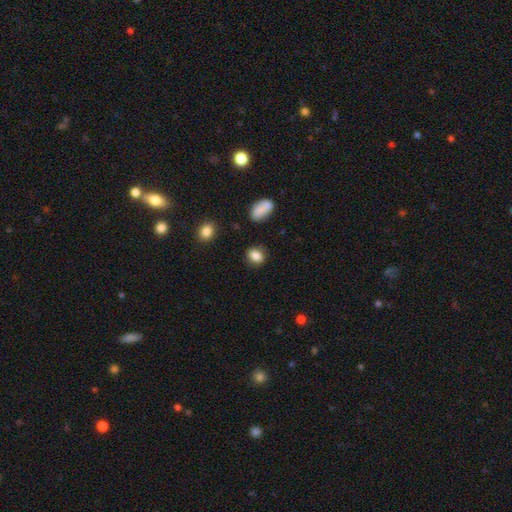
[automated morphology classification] The model was most divided on "how rounded": in between: 53%, round: 46%, cigar-shaped: 2%. More confident: smooth or featured — smooth (85%); merging — none (83%).